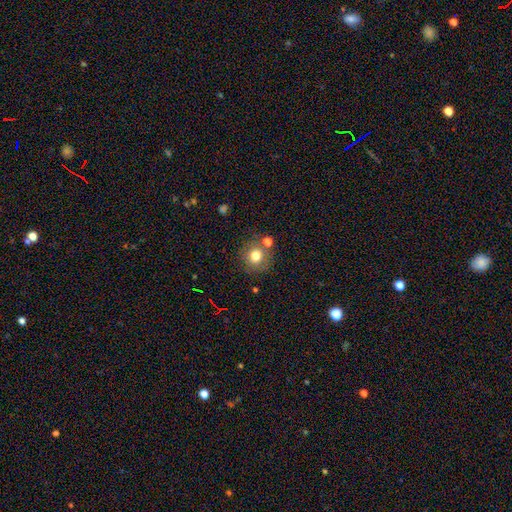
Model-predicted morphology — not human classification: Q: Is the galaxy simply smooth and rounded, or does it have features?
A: smooth — 76%.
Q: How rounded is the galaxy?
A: round — 90%.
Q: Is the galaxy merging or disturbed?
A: none — 74%.